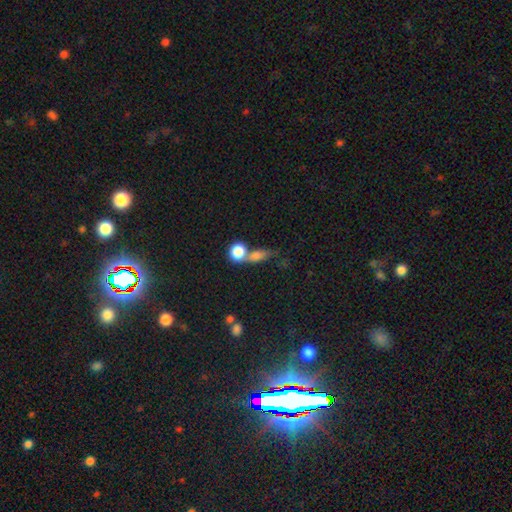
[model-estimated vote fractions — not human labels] The model was most divided on "how rounded": round: 45%, in between: 43%, cigar-shaped: 12%. Remaining: smooth or featured — smooth (77%); merging — merger (46%).